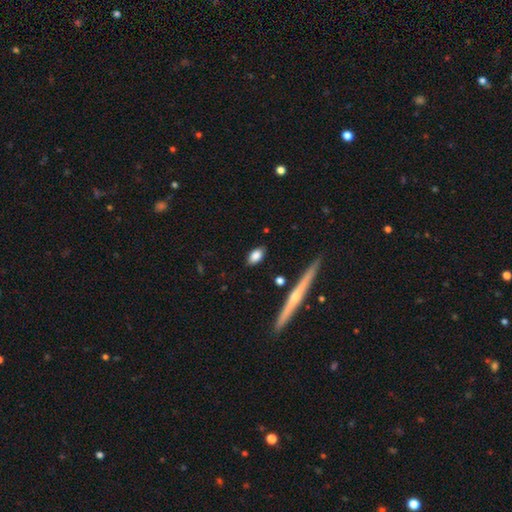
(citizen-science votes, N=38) Overall: smooth (71%). How rounded: in between (85%). Merging: none (83%).